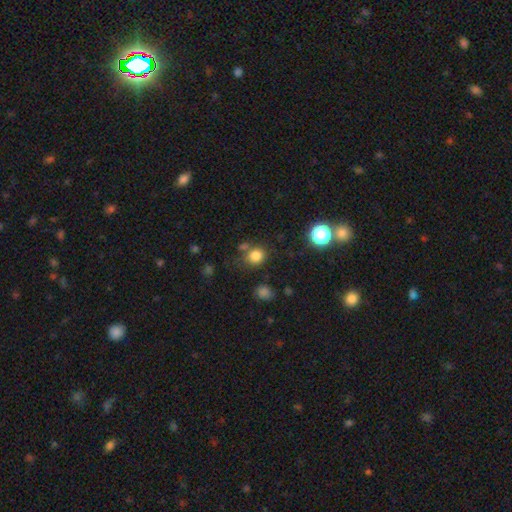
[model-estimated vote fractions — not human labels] smooth-or-featured: smooth: 79% | star or artifact: 15% | featured or disk: 6%
  how-rounded: round: 83% | in between: 16% | cigar-shaped: 1%
  merging: none: 73% | minor disturbance: 11% | merger: 11% | major disturbance: 5%